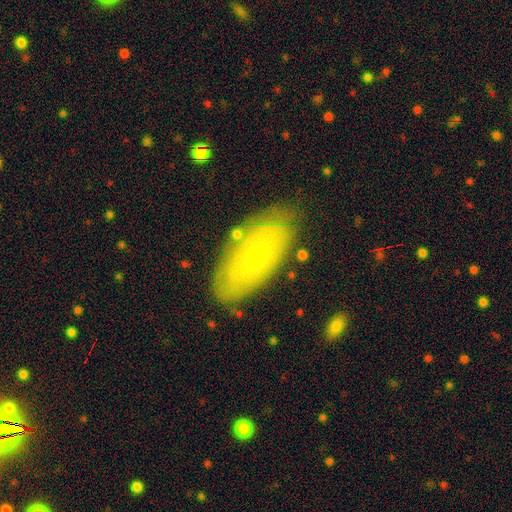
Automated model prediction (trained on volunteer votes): smooth_or_featured: featured or disk (p=0.51) [alt: smooth p=0.41]
disk_edge_on: no (p=0.87) [alt: yes p=0.13]
merging: none (p=0.78) [alt: minor disturbance p=0.16]